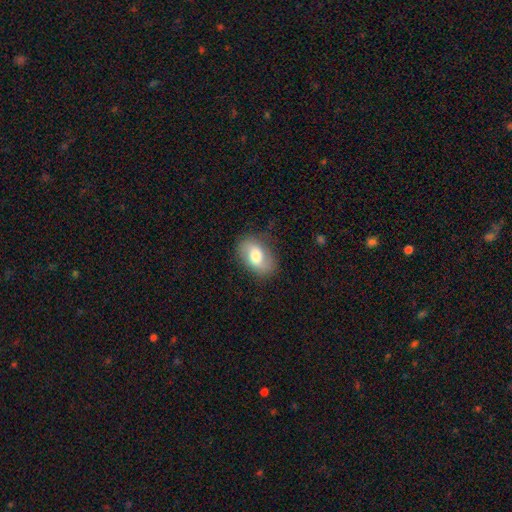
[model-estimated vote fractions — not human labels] Q: Smooth or featured?
A: smooth (62%); runner-up: featured or disk (31%)
Q: How rounded?
A: in between (87%); runner-up: round (11%)
Q: Merging?
A: none (77%); runner-up: minor disturbance (16%)